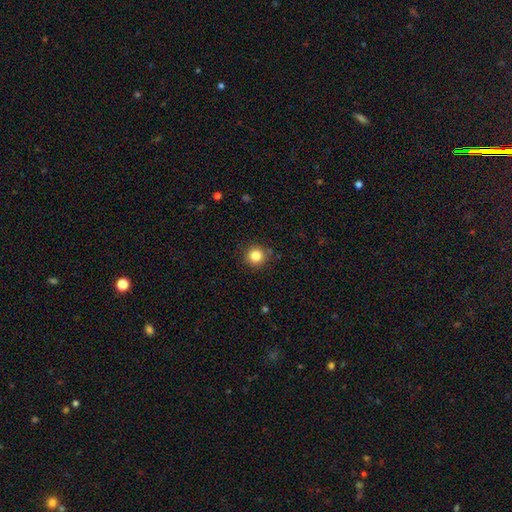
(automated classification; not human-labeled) Morphology: type=smooth (84%); roundness=round (94%); merging=none (88%).